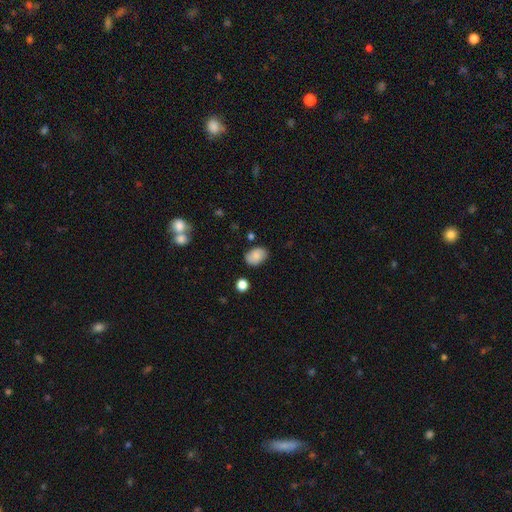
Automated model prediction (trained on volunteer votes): smooth-or-featured: smooth: 82% | featured or disk: 10% | star or artifact: 8%
  how-rounded: in between: 80% | round: 19% | cigar-shaped: 1%
  merging: none: 78% | minor disturbance: 16% | major disturbance: 3% | merger: 3%